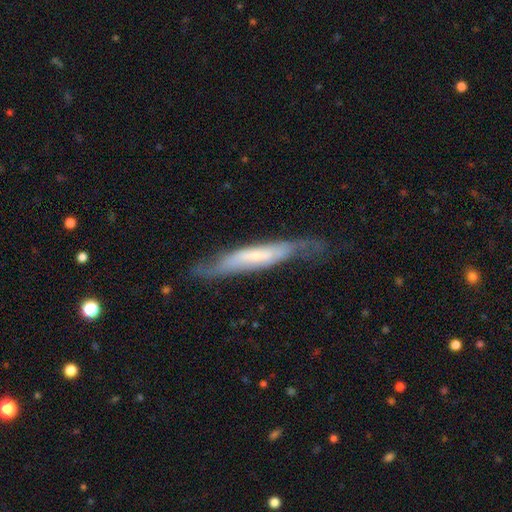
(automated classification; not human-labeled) This is likely a featured or disk galaxy (60%). It is possibly viewed edge-on (58%). Merging: possibly none (60%).